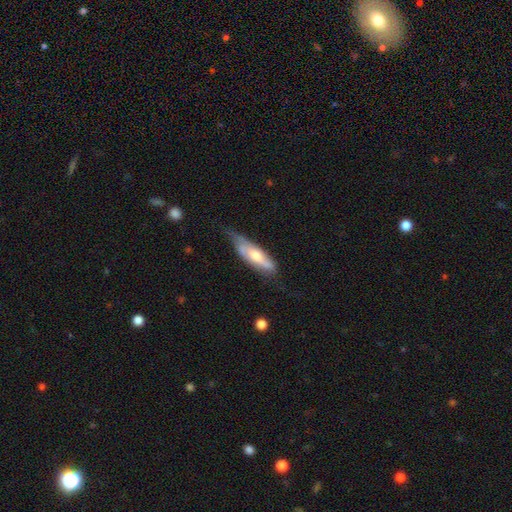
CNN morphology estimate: This appears to be a featured or disk galaxy (53%). Merging: none (47%).